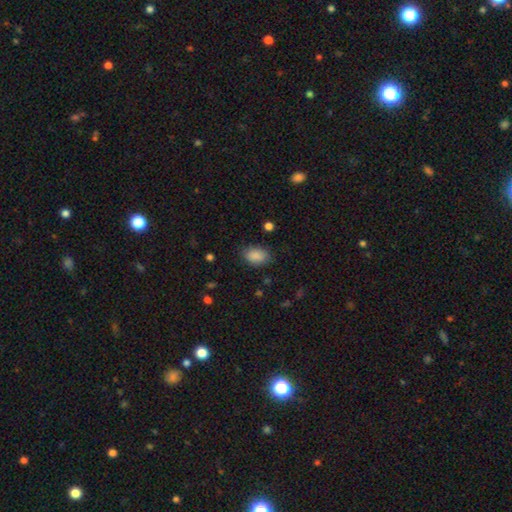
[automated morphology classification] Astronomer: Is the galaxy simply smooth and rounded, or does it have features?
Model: smooth — 88%.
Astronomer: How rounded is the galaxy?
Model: in between — 83%.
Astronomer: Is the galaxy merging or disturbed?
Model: none — 81%.